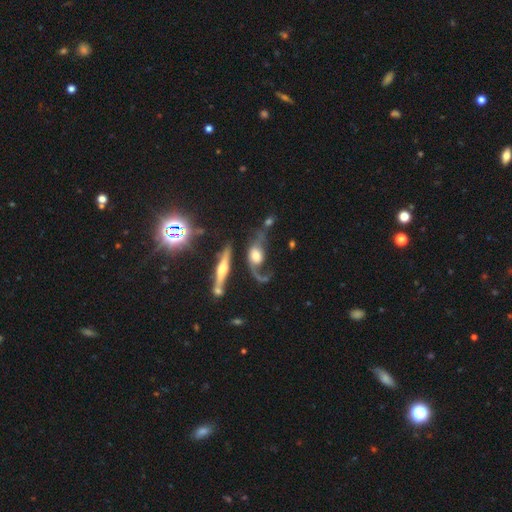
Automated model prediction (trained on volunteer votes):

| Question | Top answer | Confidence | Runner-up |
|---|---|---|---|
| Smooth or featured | featured or disk | 65% | smooth (26%) |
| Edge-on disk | no | 83% | yes (17%) |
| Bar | no | 69% | weak (24%) |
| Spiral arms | yes | 80% | no (20%) |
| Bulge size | moderate | 42% | large (36%) |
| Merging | major disturbance | 39% | none (28%) |